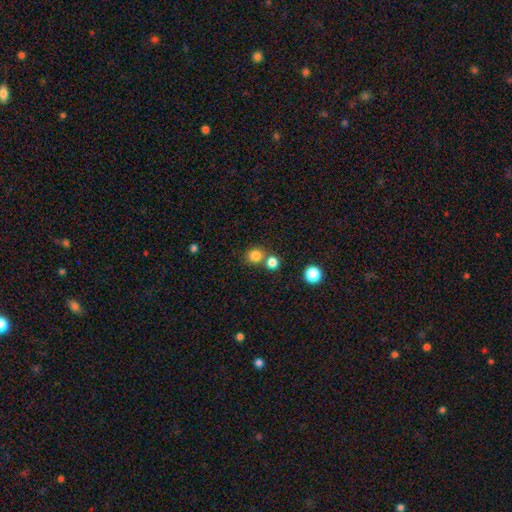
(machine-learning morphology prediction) This appears to be a smooth galaxy with no disk features (81%) that is round (84%). Merging: none (65%).